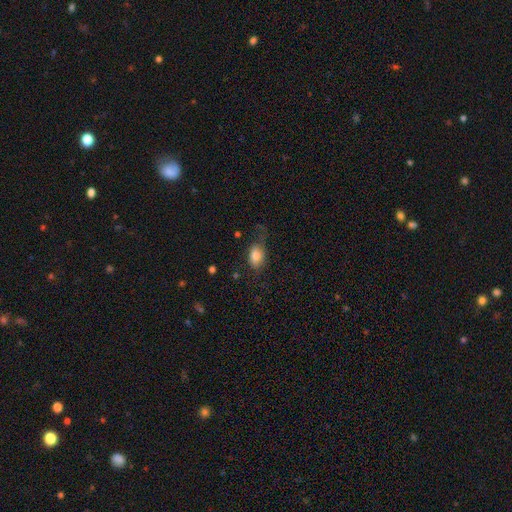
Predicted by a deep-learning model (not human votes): The model was most divided on "merging": none: 52%, minor disturbance: 27%, major disturbance: 19%, merger: 2%. More confident: how rounded — in between (83%); smooth or featured — smooth (79%).